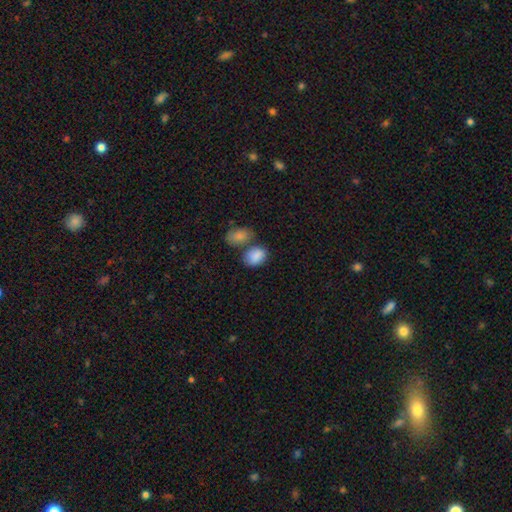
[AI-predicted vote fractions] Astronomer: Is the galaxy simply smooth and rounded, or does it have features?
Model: smooth — 86%.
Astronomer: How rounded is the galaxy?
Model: in between — 78%.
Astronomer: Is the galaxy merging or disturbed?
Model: none — 43% (runner-up: merger, 36%).